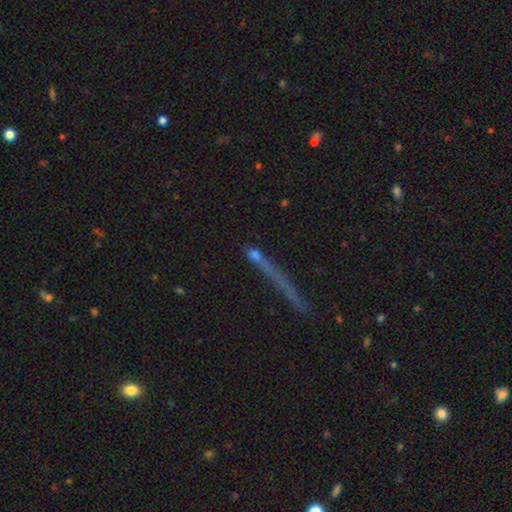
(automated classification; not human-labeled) Q: Smooth or featured?
A: star or artifact (41%); runner-up: smooth (35%)